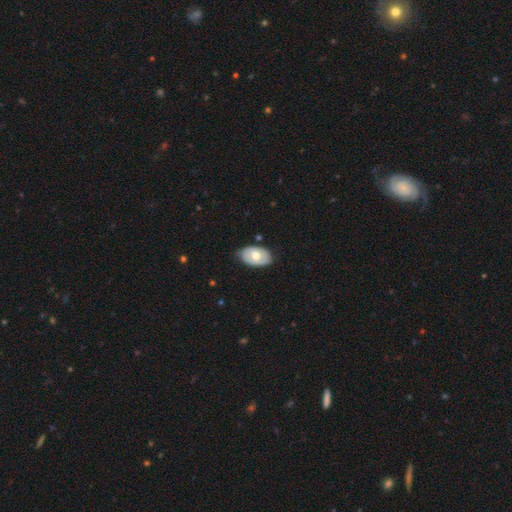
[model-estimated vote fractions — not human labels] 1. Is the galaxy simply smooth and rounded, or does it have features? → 54% smooth, 41% featured or disk, 6% star or artifact.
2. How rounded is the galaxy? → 89% in between, 10% round, 1% cigar-shaped.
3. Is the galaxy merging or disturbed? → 73% none, 21% minor disturbance, 4% major disturbance, 2% merger.